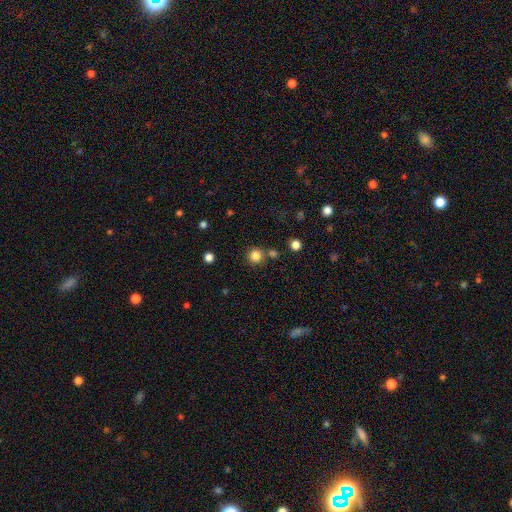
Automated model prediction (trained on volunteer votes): smooth_or_featured: smooth (p=0.83) [alt: star or artifact p=0.13]
how_rounded: round (p=0.94) [alt: in between p=0.05]
merging: none (p=0.79) [alt: merger p=0.11]